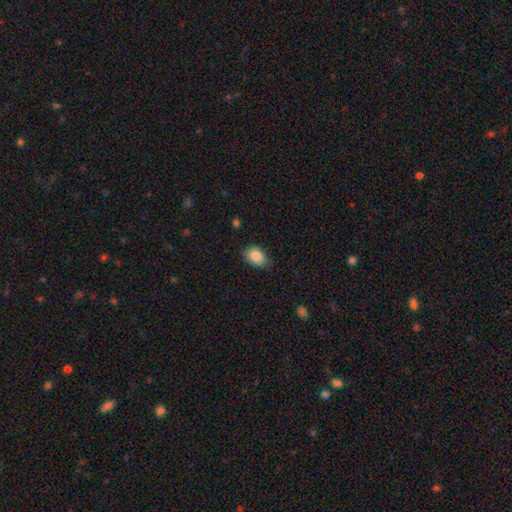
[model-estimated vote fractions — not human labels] A smooth galaxy with no disk features (86%) that is in between round and cigar-shaped (84%). Merging: none (72%).